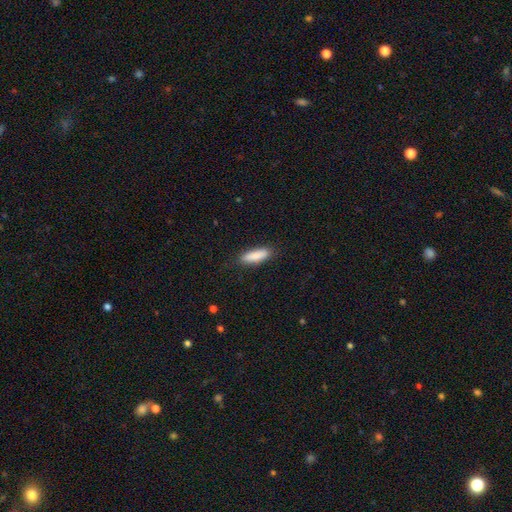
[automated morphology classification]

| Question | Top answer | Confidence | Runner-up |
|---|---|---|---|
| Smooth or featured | smooth | 87% | featured or disk (8%) |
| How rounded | cigar-shaped | 57% | in between (41%) |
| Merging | none | 86% | minor disturbance (10%) |